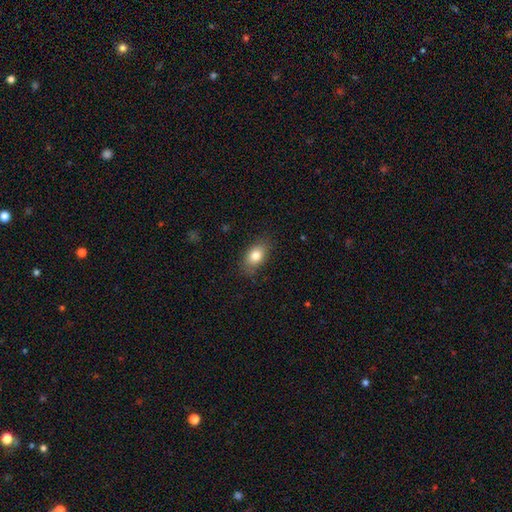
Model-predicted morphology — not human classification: A smooth galaxy with no disk features (81%) that is in between round and cigar-shaped (85%). Merging: none (83%).